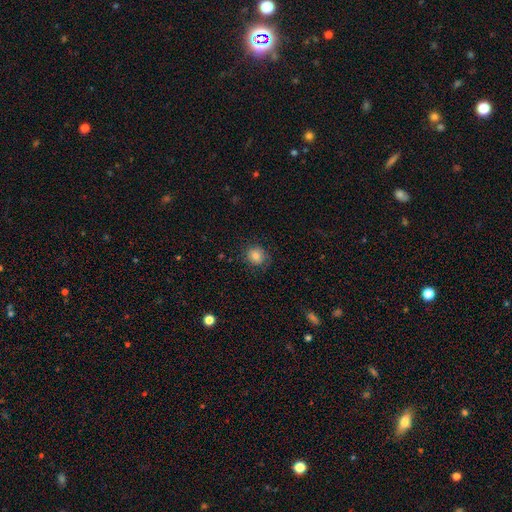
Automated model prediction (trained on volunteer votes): Overall: smooth (77%). How rounded: round (78%). Merging: none (78%).